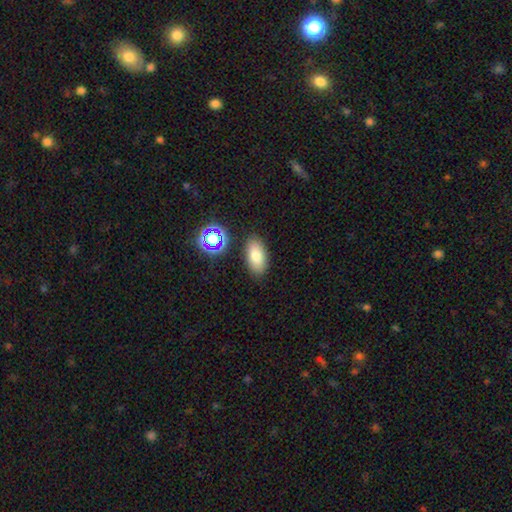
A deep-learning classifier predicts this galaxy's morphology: Q: Smooth or featured?
A: smooth (75%); runner-up: featured or disk (13%)
Q: How rounded?
A: in between (91%); runner-up: round (6%)
Q: Merging?
A: none (84%); runner-up: minor disturbance (10%)